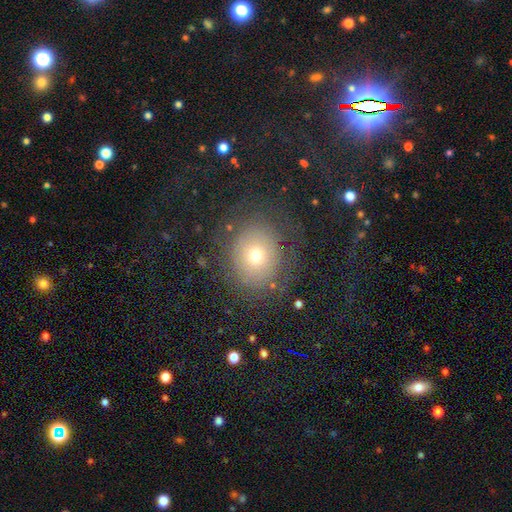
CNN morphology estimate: Smooth or featured?
  - smooth: 60% *
  - featured or disk: 25%
  - star or artifact: 15%
How rounded?
  - round: 70% *
  - in between: 29%
  - cigar-shaped: 1%
Merging?
  - none: 71% *
  - minor disturbance: 15%
  - major disturbance: 13%
  - merger: 2%